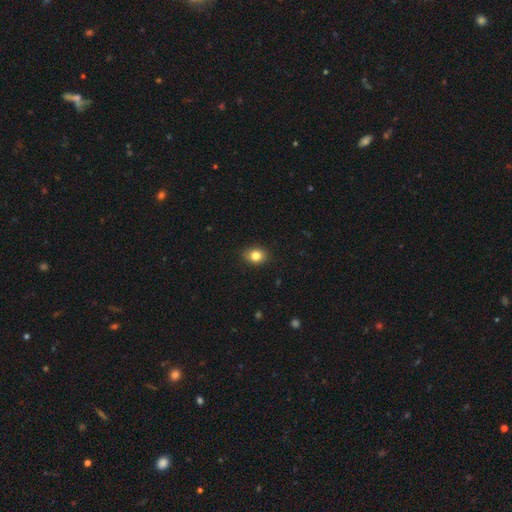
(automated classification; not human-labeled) Smooth or featured? smooth (83%)
How rounded? in between (53%)
Merging? none (89%)